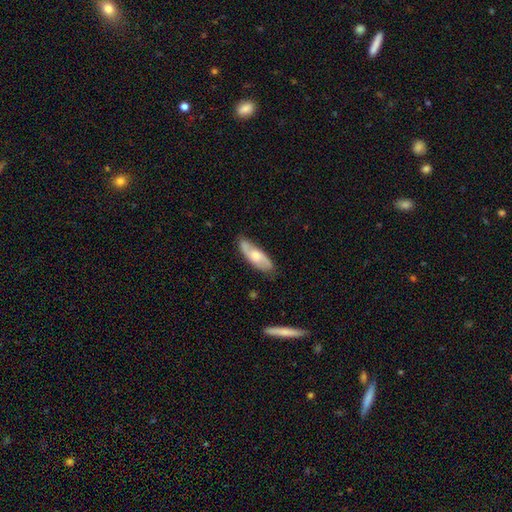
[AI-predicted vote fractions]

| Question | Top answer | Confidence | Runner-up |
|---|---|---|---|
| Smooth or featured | featured or disk | 48% | smooth (47%) |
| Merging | none | 76% | minor disturbance (18%) |